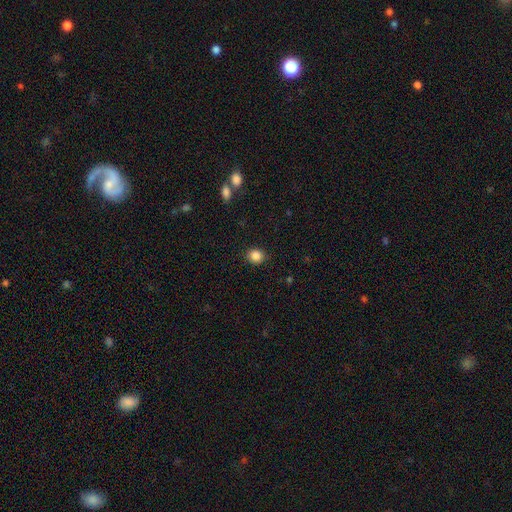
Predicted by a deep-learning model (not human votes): Overall: smooth (86%). How rounded: round (78%). Merging: none (89%).